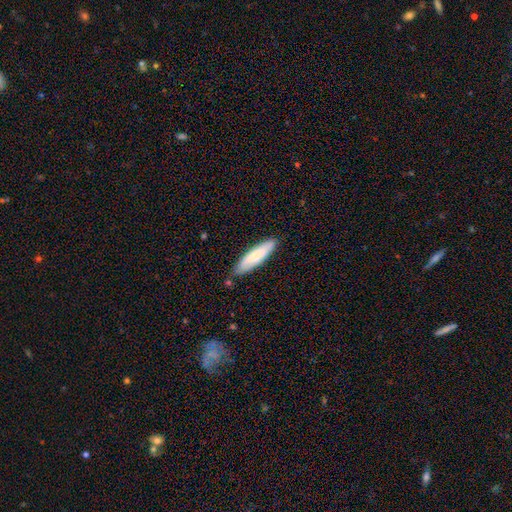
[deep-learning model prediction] The model was most divided on "how rounded": cigar-shaped: 70%, in between: 29%, round: 1%. More confident: merging — none (82%); smooth or featured — smooth (74%).